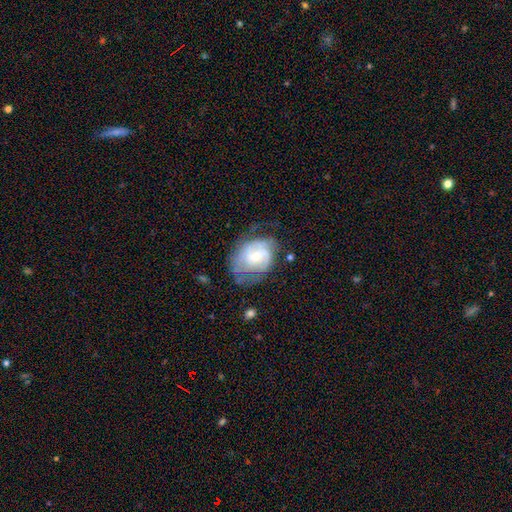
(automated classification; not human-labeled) The model was most divided on "spiral arm count": 2: 42%, can't tell: 35%, 3: 11%, 1: 6%, 4: 4%, more than 4: 3%. Remaining: edge-on disk — no (98%); spiral arms — yes (87%); smooth or featured — featured or disk (72%); bulge size — small (60%); bar — no (52%); merging — none (46%); spiral winding — tight (46%).